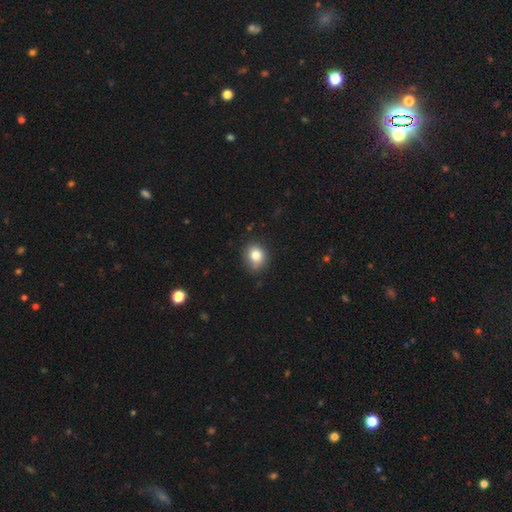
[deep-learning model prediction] smooth-or-featured: smooth: 81% | star or artifact: 11% | featured or disk: 8%
  how-rounded: round: 72% | in between: 27% | cigar-shaped: 1%
  merging: none: 81% | minor disturbance: 15% | major disturbance: 3% | merger: 1%